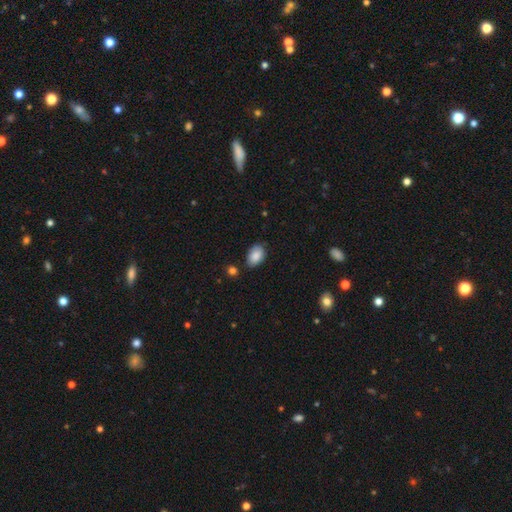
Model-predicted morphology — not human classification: type=smooth (87%); roundness=in between (88%); merging=none (75%).